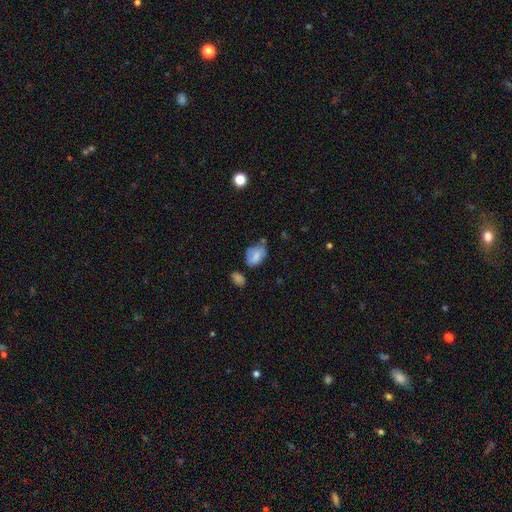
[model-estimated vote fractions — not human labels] smooth-or-featured: smooth: 73% | featured or disk: 18% | star or artifact: 9%
  how-rounded: in between: 79% | round: 20% | cigar-shaped: 2%
  merging: none: 41% | minor disturbance: 35% | major disturbance: 13% | merger: 11%